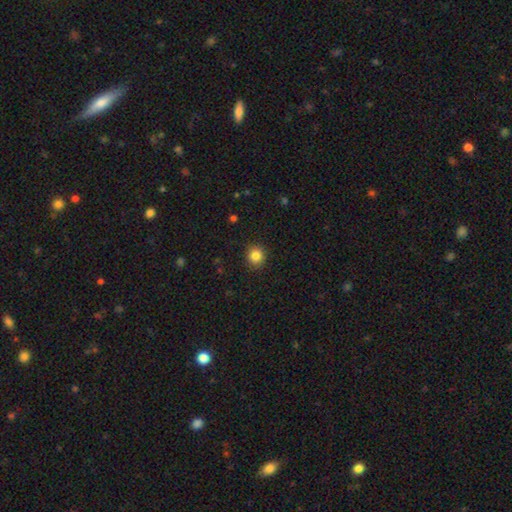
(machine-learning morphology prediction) type=smooth (85%); roundness=round (89%); merging=none (90%).